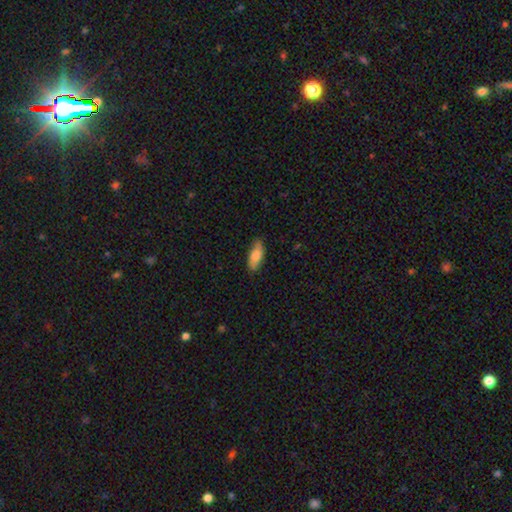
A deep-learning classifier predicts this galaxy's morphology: type=smooth (79%); roundness=in between (75%); merging=none (83%).